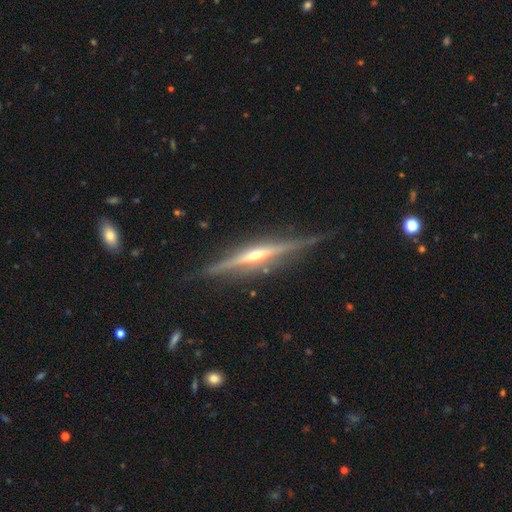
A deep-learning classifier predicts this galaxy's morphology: Smooth or featured? Predicted: featured or disk (p=0.86). Edge-on disk? Predicted: yes (p=0.98). Edge-on bulge? Predicted: rounded (p=0.79). Merging? Predicted: none (p=0.85).